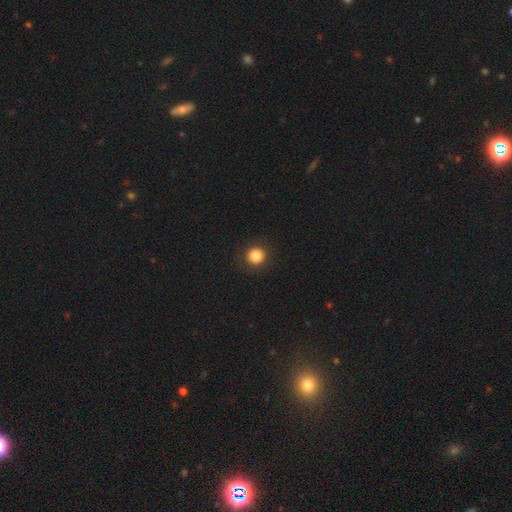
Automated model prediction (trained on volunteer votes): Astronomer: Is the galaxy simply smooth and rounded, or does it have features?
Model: smooth — 85%.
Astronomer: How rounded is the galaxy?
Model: round — 93%.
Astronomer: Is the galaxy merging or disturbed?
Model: none — 91%.